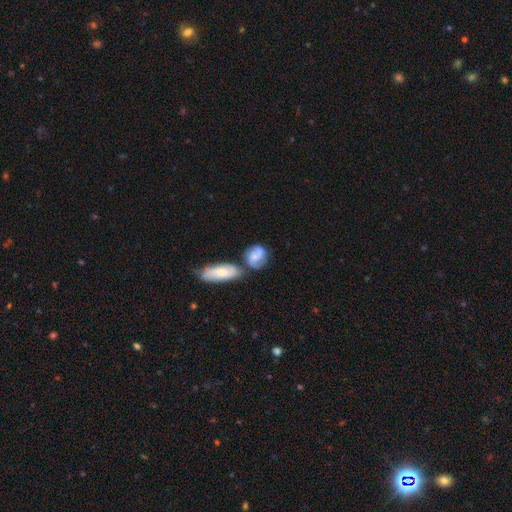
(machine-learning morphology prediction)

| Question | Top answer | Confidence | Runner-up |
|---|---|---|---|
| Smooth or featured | smooth | 48% | featured or disk (45%) |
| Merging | none | 45% | merger (30%) |